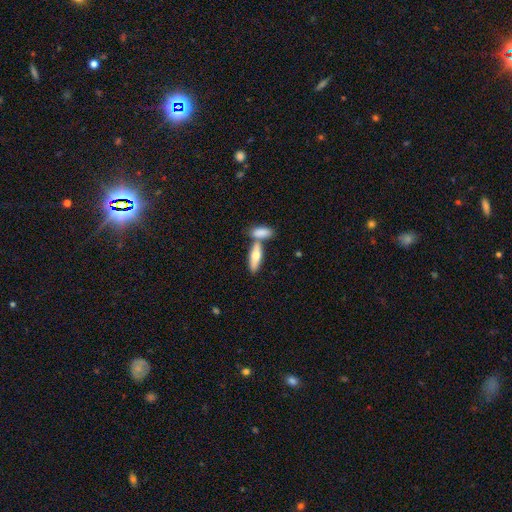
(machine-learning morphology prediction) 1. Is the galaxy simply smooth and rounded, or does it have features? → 65% smooth, 30% featured or disk, 5% star or artifact.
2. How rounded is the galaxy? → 56% in between, 41% cigar-shaped, 3% round.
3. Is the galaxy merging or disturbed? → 50% none, 38% merger, 9% minor disturbance, 3% major disturbance.